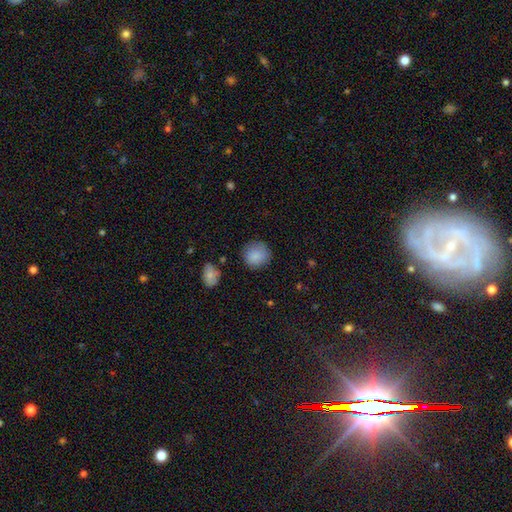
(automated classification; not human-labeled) A smooth galaxy with no disk features (87%) that is round (88%).

Vote fractions:
- Smooth or featured? smooth: 87% / star or artifact: 8% / featured or disk: 5%
- How rounded? round: 88% / in between: 11% / cigar-shaped: 1%
- Merging? none: 82% / minor disturbance: 13% / major disturbance: 3% / merger: 2%